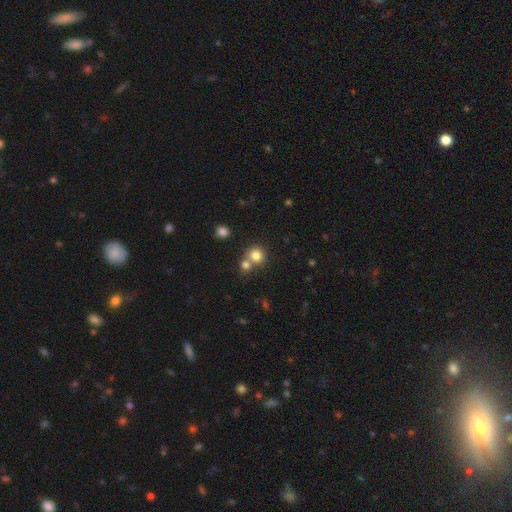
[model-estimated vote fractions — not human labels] The model was most divided on "merging": none: 52%, merger: 39%, minor disturbance: 7%, major disturbance: 3%. More confident: how rounded — round (86%); smooth or featured — smooth (80%).